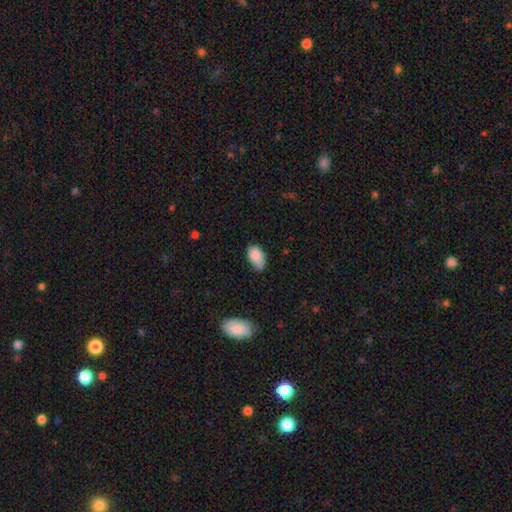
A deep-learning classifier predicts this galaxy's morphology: This is clearly a smooth galaxy (85%). How rounded: clearly in between (92%). Merging: possibly none (49%).